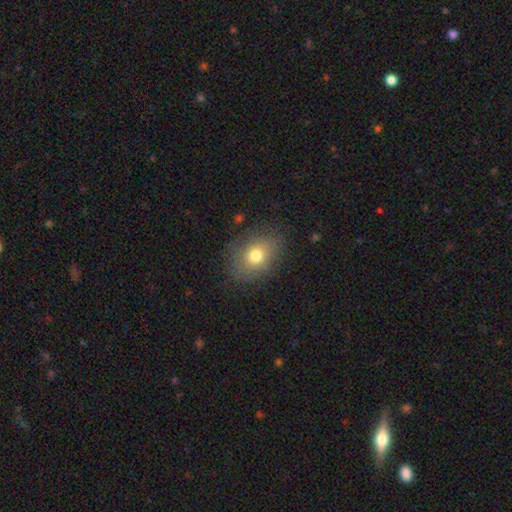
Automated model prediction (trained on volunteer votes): Smooth or featured? smooth (73%)
How rounded? in between (63%)
Merging? none (78%)